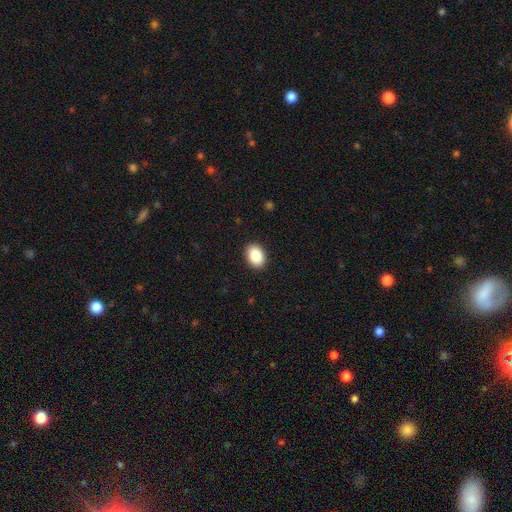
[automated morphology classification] Overall: smooth (87%). How rounded: in between (78%). Merging: none (90%).